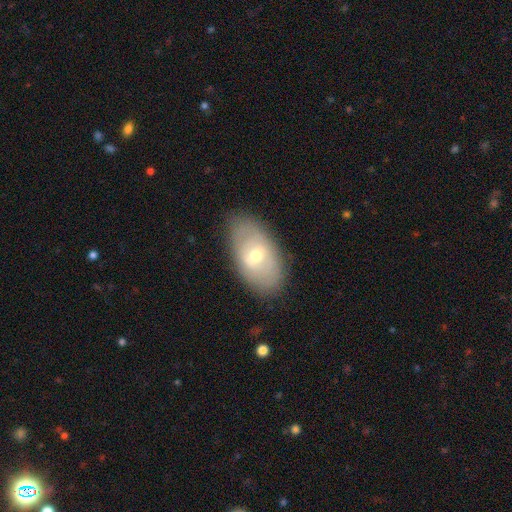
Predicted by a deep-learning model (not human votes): A featured or disk galaxy (47%). Merging: none (82%).